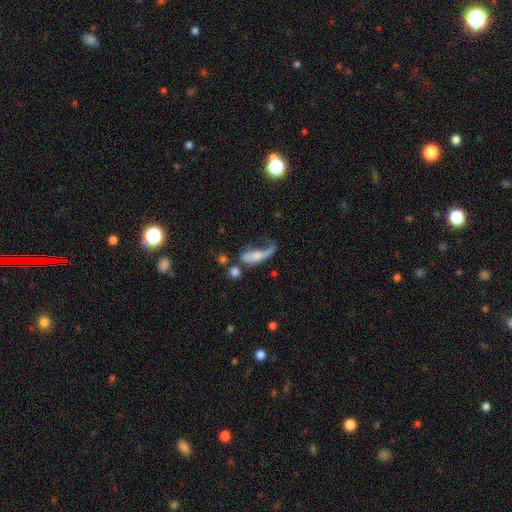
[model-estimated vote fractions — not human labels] smooth_or_featured: smooth (p=0.51) [alt: featured or disk p=0.41]
how_rounded: in between (p=0.51) [alt: cigar-shaped p=0.44]
merging: major disturbance (p=0.45) [alt: none p=0.21]